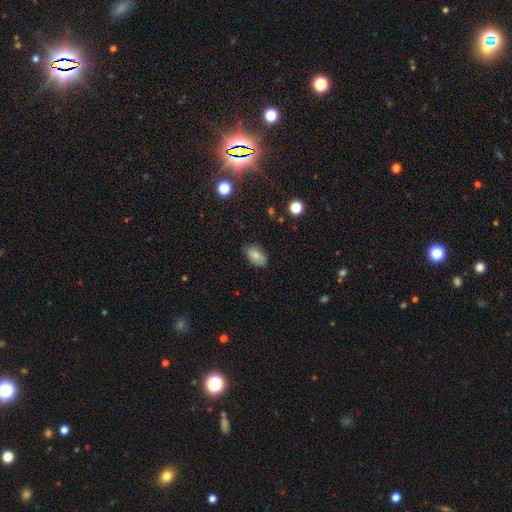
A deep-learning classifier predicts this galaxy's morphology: smooth-or-featured: smooth: 80% | featured or disk: 12% | star or artifact: 9%
  how-rounded: in between: 92% | round: 5% | cigar-shaped: 3%
  merging: none: 78% | minor disturbance: 17% | major disturbance: 3% | merger: 1%